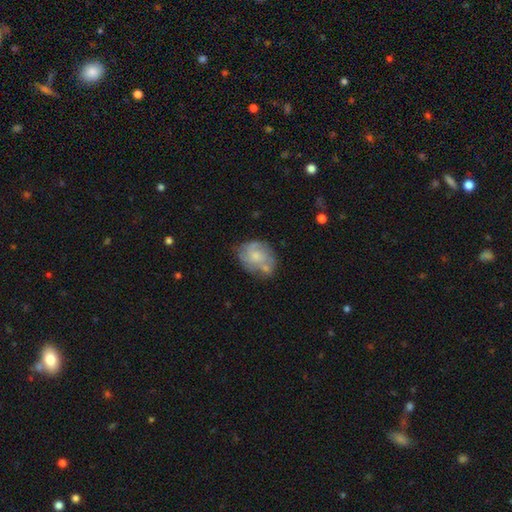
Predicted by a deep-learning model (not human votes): A featured or disk galaxy (48%). Merging: none (44%).